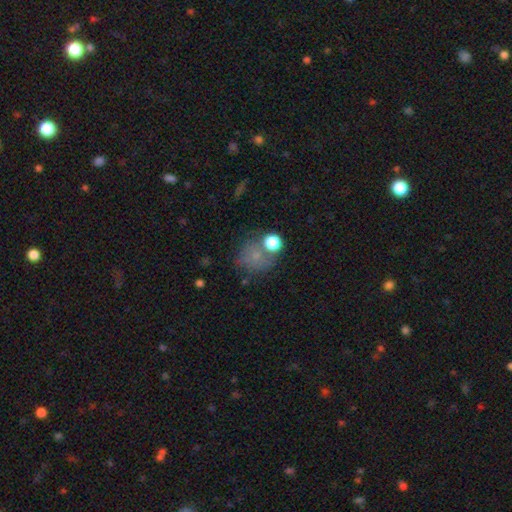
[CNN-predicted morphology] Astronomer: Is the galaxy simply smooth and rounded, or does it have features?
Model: smooth — 67%.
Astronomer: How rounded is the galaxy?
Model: round — 78%.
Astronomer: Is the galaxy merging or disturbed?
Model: none — 52%.